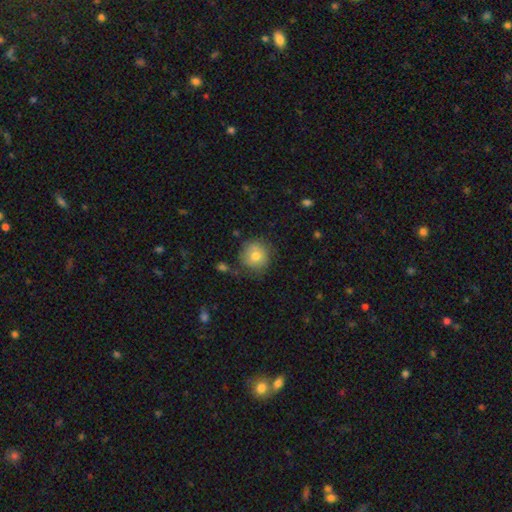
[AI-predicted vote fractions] Smooth or featured? smooth (76%)
How rounded? round (91%)
Merging? none (72%)